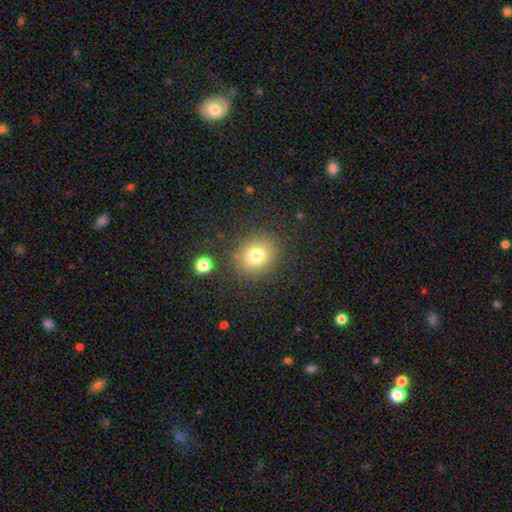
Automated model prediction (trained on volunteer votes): Morphology: type=smooth (76%); roundness=round (75%); merging=none (83%).